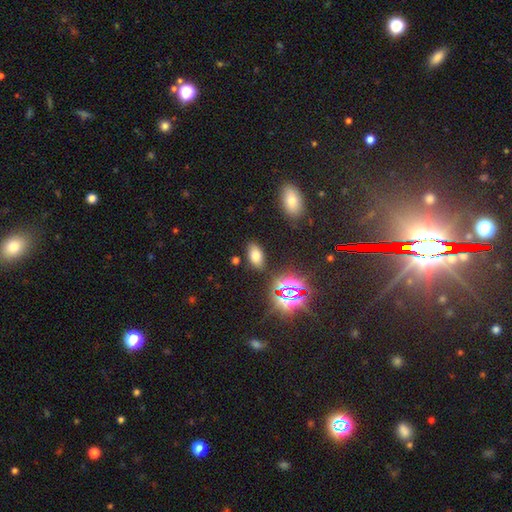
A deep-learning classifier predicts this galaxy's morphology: type=smooth (68%); roundness=in between (92%); merging=none (86%).